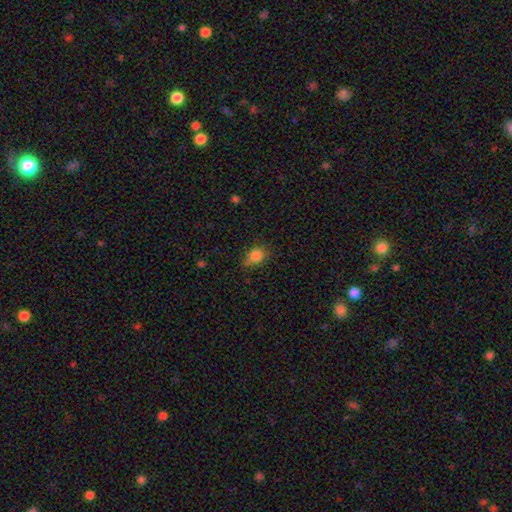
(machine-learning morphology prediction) This is clearly a smooth galaxy (83%). How rounded: possibly round (50%). Merging: likely none (64%).